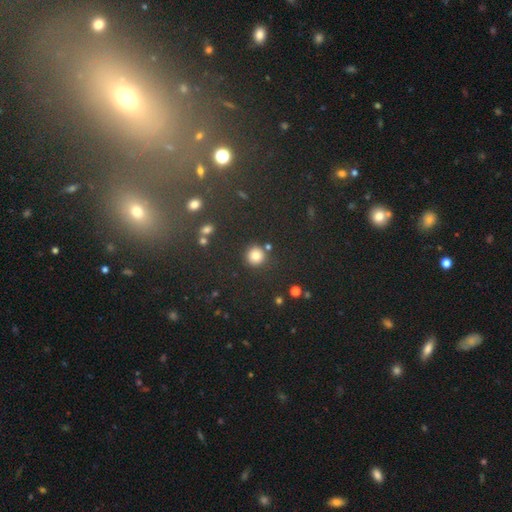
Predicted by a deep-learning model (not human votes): A smooth galaxy with no disk features (80%) that is round (92%).

Vote fractions:
- Smooth or featured? smooth: 80% / star or artifact: 14% / featured or disk: 6%
- How rounded? round: 92% / in between: 7% / cigar-shaped: 1%
- Merging? none: 85% / minor disturbance: 8% / merger: 4% / major disturbance: 3%